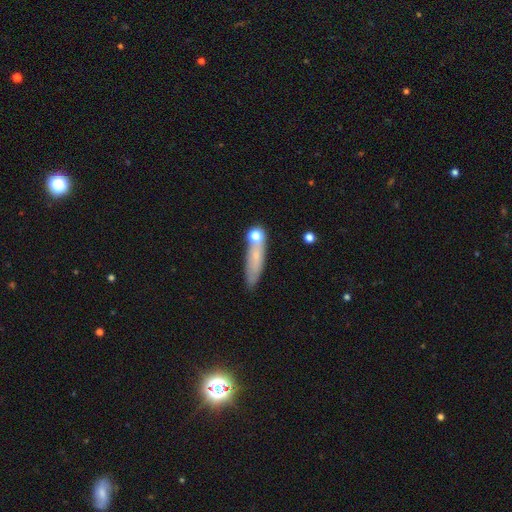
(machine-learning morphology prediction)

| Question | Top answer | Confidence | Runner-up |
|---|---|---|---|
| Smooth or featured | smooth | 65% | featured or disk (24%) |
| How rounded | cigar-shaped | 66% | in between (29%) |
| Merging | none | 67% | minor disturbance (16%) |